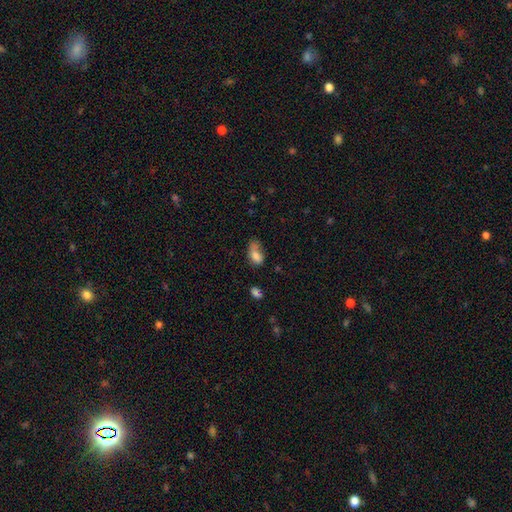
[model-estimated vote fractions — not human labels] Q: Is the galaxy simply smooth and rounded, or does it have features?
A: smooth — 77%.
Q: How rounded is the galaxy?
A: in between — 87%.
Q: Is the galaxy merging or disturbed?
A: minor disturbance — 34%.